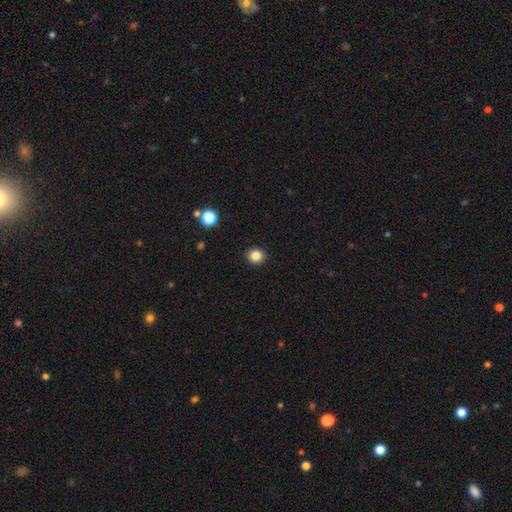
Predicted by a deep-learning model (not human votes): Q: Smooth or featured?
A: smooth (86%); runner-up: star or artifact (11%)
Q: How rounded?
A: round (83%); runner-up: in between (16%)
Q: Merging?
A: none (92%); runner-up: minor disturbance (5%)